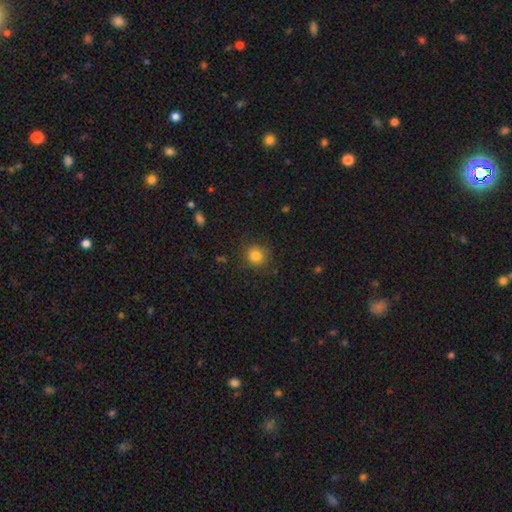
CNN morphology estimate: Overall: smooth (83%). How rounded: round (89%). Merging: none (87%).